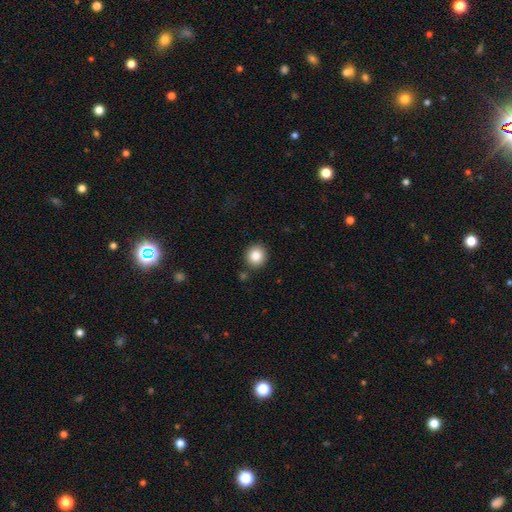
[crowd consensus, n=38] Morphology: type=smooth (95%); roundness=round (92%); merging=none (92%).